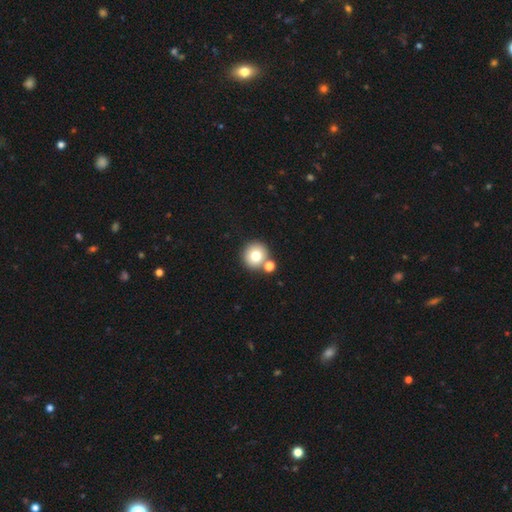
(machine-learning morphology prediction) Q: Smooth or featured?
A: smooth (76%); runner-up: featured or disk (12%)
Q: How rounded?
A: round (93%); runner-up: in between (6%)
Q: Merging?
A: none (69%); runner-up: merger (21%)